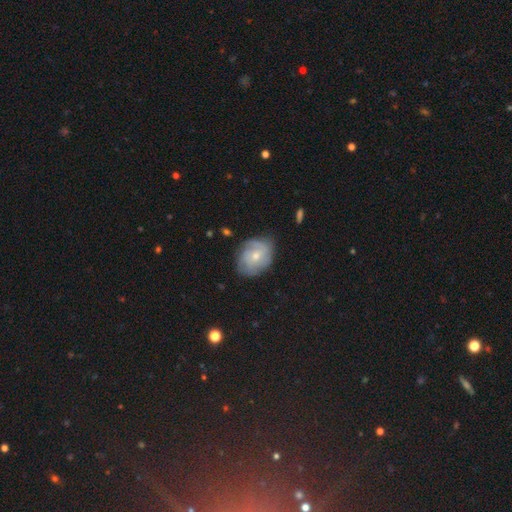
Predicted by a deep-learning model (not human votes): Morphology: type=featured or disk (55%); edge-on=no (96%); bar=no (71%); spiral arms=yes (75%); bulge=small (52%); merging=none (66%).